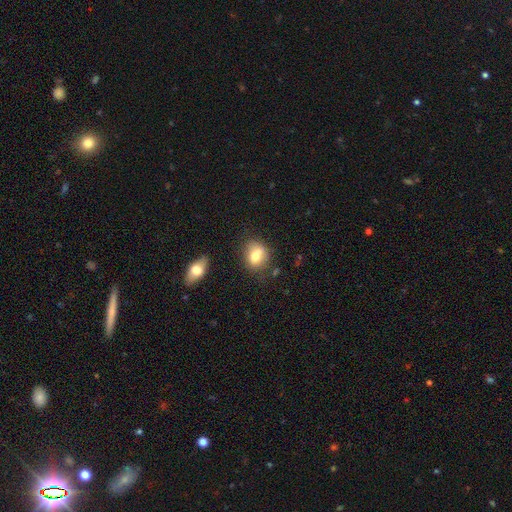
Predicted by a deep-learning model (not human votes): Morphology: type=smooth (76%); roundness=in between (52%); merging=none (62%).